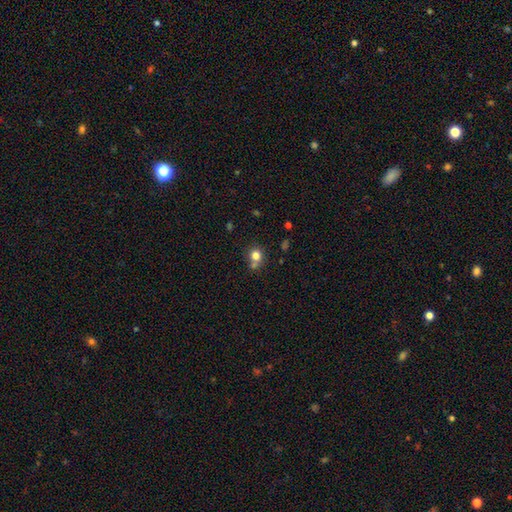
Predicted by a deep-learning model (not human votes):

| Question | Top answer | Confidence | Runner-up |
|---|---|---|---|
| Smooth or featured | smooth | 78% | star or artifact (13%) |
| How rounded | round | 85% | in between (15%) |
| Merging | none | 59% | merger (27%) |